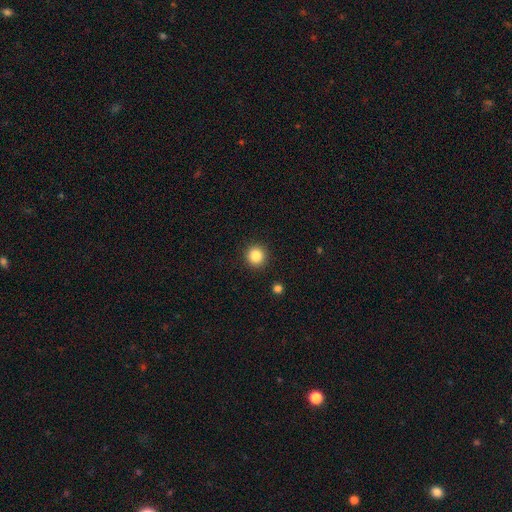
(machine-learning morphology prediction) type=smooth (85%); roundness=round (94%); merging=none (92%).